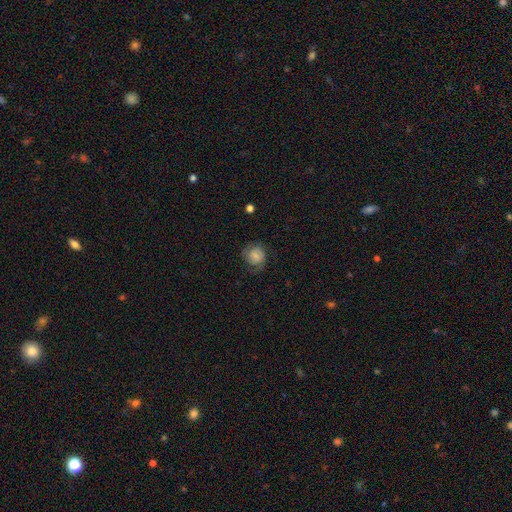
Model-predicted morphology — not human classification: Smooth or featured: smooth — 55% (featured or disk — 37%)
How rounded: round — 79% (in between — 20%)
Merging: none — 68% (minor disturbance — 21%)